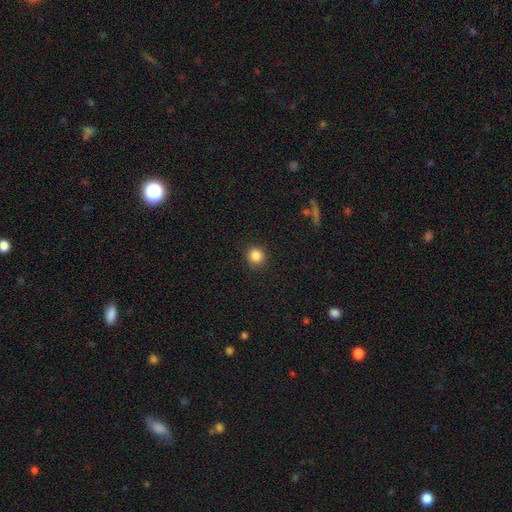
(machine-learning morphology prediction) smooth_or_featured: smooth (p=0.85) [alt: star or artifact p=0.11]
how_rounded: round (p=0.92) [alt: in between p=0.07]
merging: none (p=0.90) [alt: minor disturbance p=0.07]